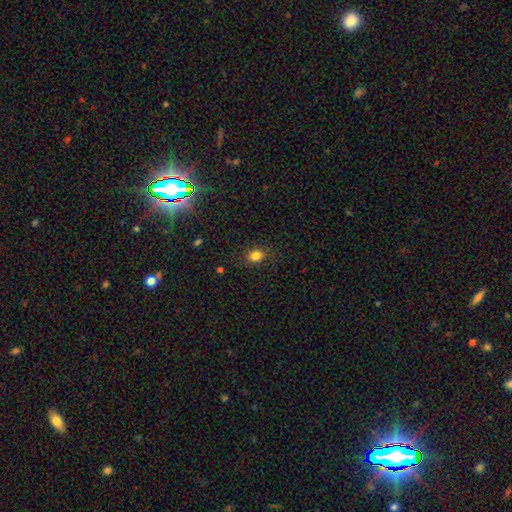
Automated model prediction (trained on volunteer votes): Q: Smooth or featured?
A: smooth (82%); runner-up: star or artifact (13%)
Q: How rounded?
A: round (61%); runner-up: in between (38%)
Q: Merging?
A: none (85%); runner-up: minor disturbance (10%)